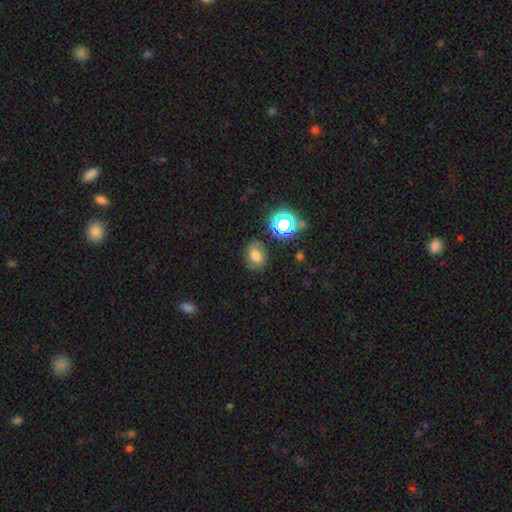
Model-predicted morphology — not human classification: Smooth or featured? smooth (62%)
How rounded? in between (60%)
Merging? none (77%)